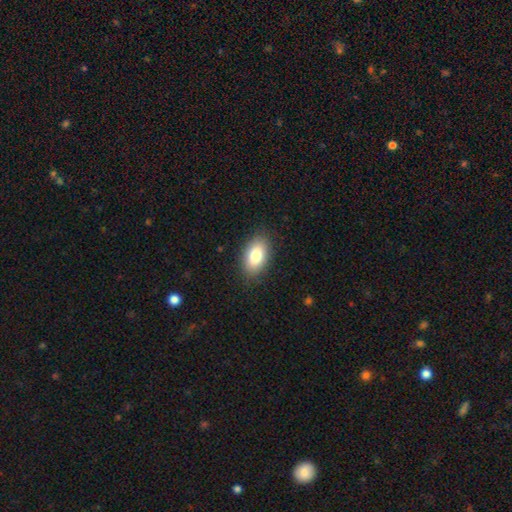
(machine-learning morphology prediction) This appears to be a smooth galaxy with no disk features (82%) that is in between round and cigar-shaped (92%). Merging: none (87%).